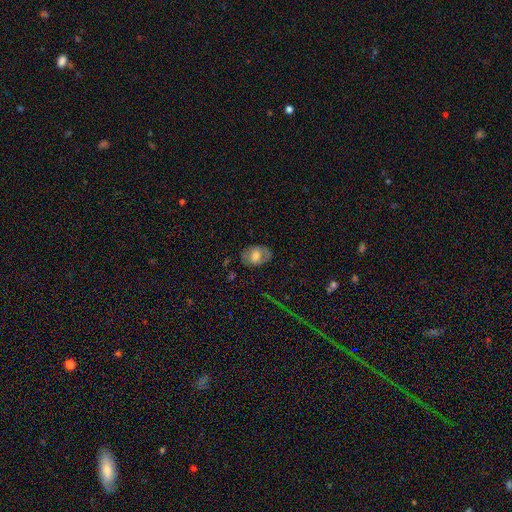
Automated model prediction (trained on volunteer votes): A smooth galaxy with no disk features (59%) that is in between round and cigar-shaped (79%). Merging: none (79%).